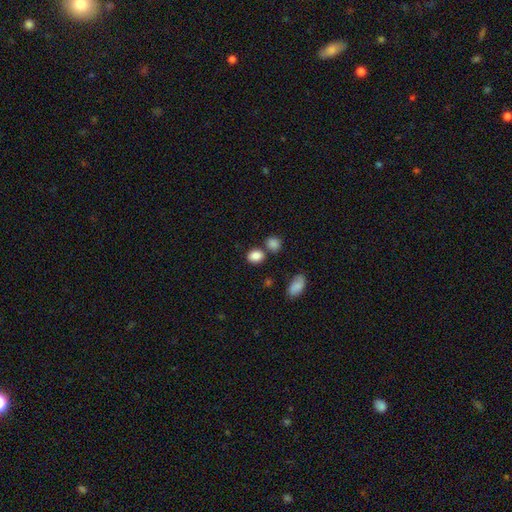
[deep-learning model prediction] This is clearly a smooth galaxy (85%). How rounded: possibly in between (56%). Merging: likely none (69%).